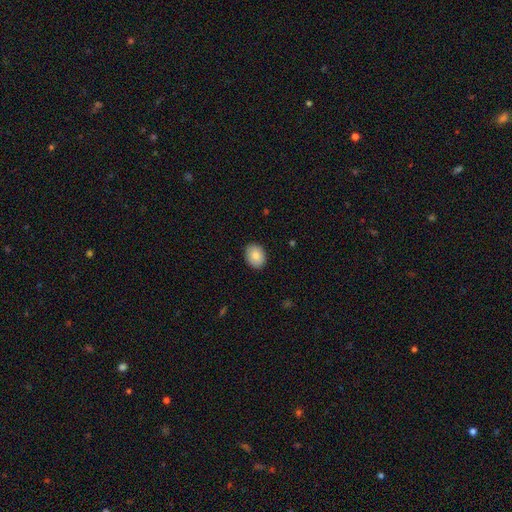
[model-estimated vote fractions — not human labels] Smooth or featured: smooth — 83% (featured or disk — 10%)
How rounded: in between — 61% (round — 38%)
Merging: none — 89% (minor disturbance — 9%)